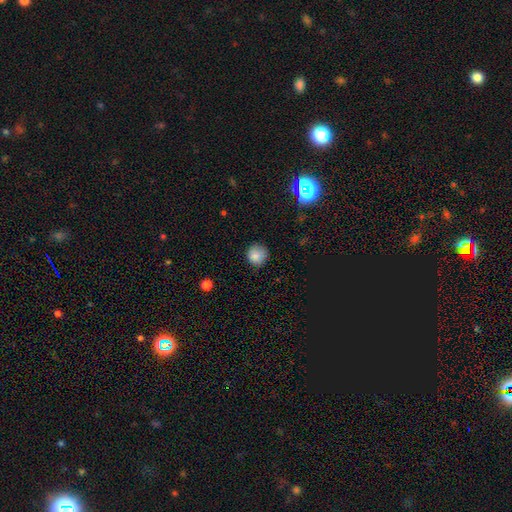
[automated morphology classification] The model was most divided on "merging": none: 80%, minor disturbance: 16%, major disturbance: 3%, merger: 1%. More confident: how rounded — round (91%); smooth or featured — smooth (84%).